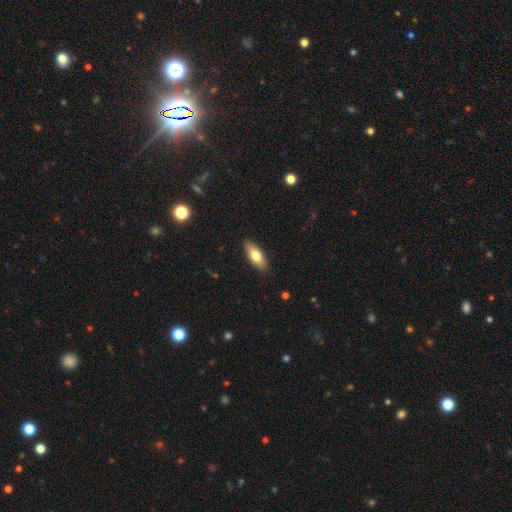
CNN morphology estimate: smooth-or-featured: smooth: 72% | featured or disk: 22% | star or artifact: 6%
  how-rounded: in between: 75% | cigar-shaped: 22% | round: 2%
  merging: none: 89% | minor disturbance: 8% | major disturbance: 2% | merger: 1%